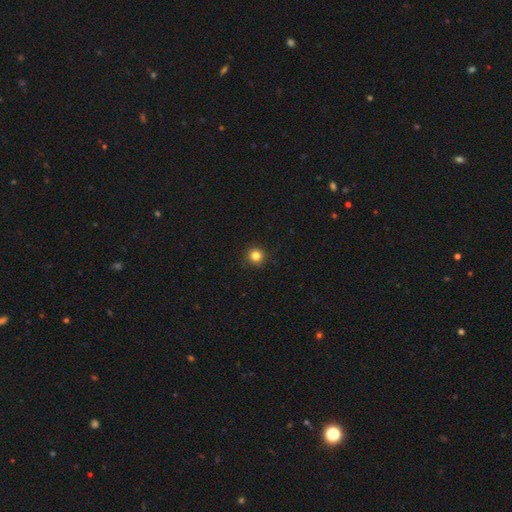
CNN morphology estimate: smooth-or-featured: smooth: 83% | star or artifact: 13% | featured or disk: 4%
  how-rounded: round: 96% | in between: 3% | cigar-shaped: 1%
  merging: none: 92% | minor disturbance: 5% | major disturbance: 2% | merger: 1%